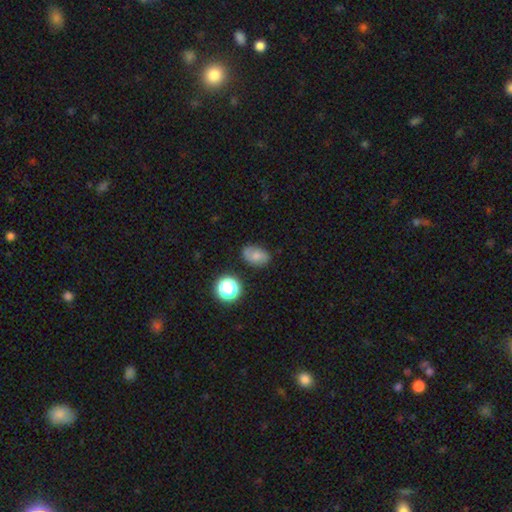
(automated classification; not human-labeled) A smooth galaxy with no disk features (56%) that is in between round and cigar-shaped (75%).

Vote fractions:
- Smooth or featured? smooth: 56% / featured or disk: 30% / star or artifact: 13%
- How rounded? in between: 75% / round: 24% / cigar-shaped: 2%
- Merging? none: 74% / minor disturbance: 19% / major disturbance: 5% / merger: 2%